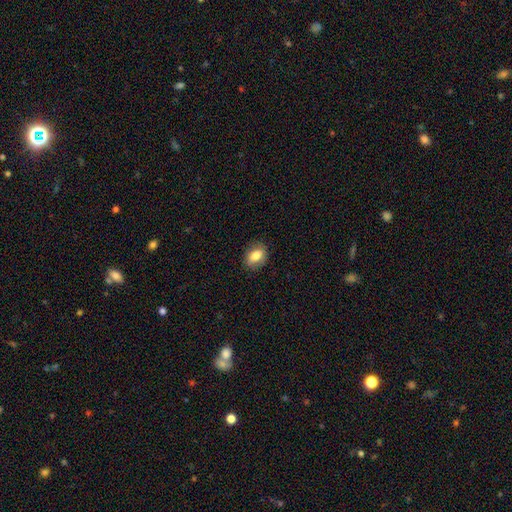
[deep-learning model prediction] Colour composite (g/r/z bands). It shows a smooth galaxy with no disk features (78%) that is in between round and cigar-shaped (71%). Merging: none (84%).